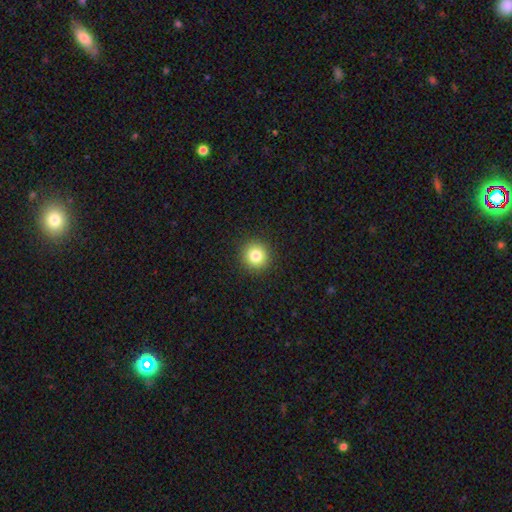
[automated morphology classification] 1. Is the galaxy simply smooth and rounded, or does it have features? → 82% smooth, 11% star or artifact, 6% featured or disk.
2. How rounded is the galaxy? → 94% round, 5% in between, 1% cigar-shaped.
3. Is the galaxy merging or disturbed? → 93% none, 5% minor disturbance, 2% major disturbance, 1% merger.